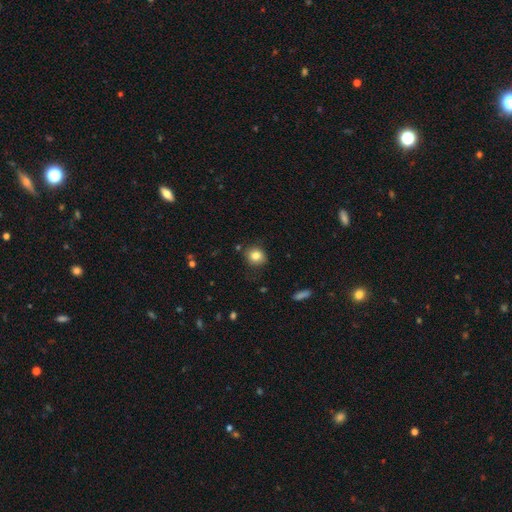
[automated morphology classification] Smooth or featured? smooth (83%)
How rounded? round (81%)
Merging? none (84%)